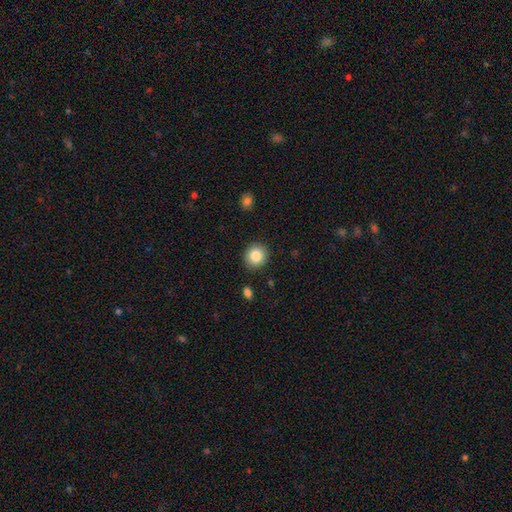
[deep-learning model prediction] Smooth or featured?
  - smooth: 85% *
  - star or artifact: 9%
  - featured or disk: 6%
How rounded?
  - round: 89% *
  - in between: 10%
  - cigar-shaped: 1%
Merging?
  - none: 90% *
  - minor disturbance: 6%
  - major disturbance: 2%
  - merger: 1%